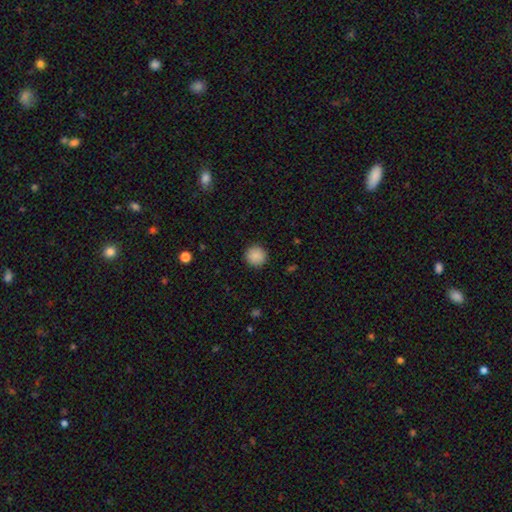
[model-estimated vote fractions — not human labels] Smooth or featured: smooth — 89% (star or artifact — 8%)
How rounded: round — 94% (in between — 5%)
Merging: none — 92% (minor disturbance — 5%)